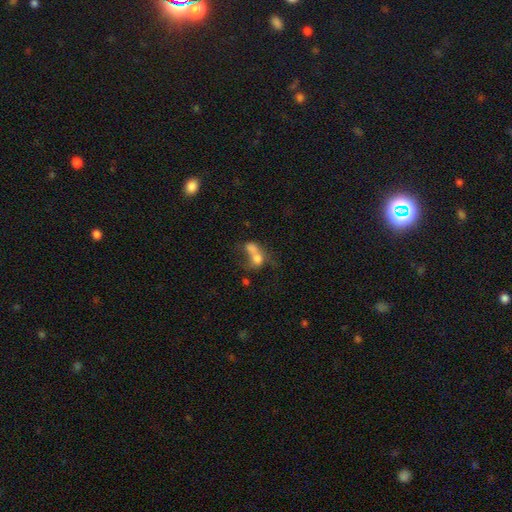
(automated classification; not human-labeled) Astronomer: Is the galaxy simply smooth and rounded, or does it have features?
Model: smooth — 63%.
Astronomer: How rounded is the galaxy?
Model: in between — 56% (runner-up: round, 41%).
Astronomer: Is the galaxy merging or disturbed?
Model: merger — 66%.